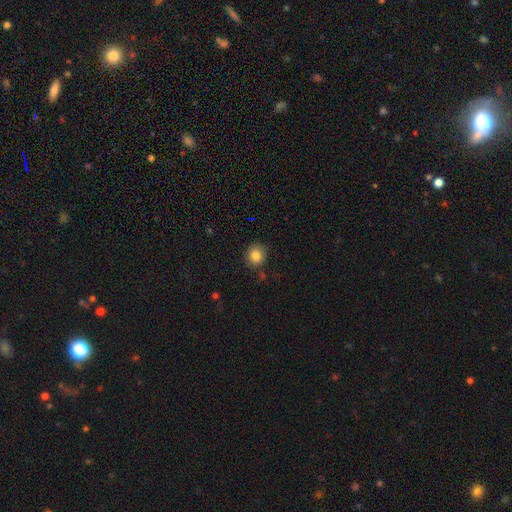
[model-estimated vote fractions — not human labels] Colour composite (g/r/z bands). It shows a smooth galaxy with no disk features (84%) that is round (83%). Merging: none (81%).